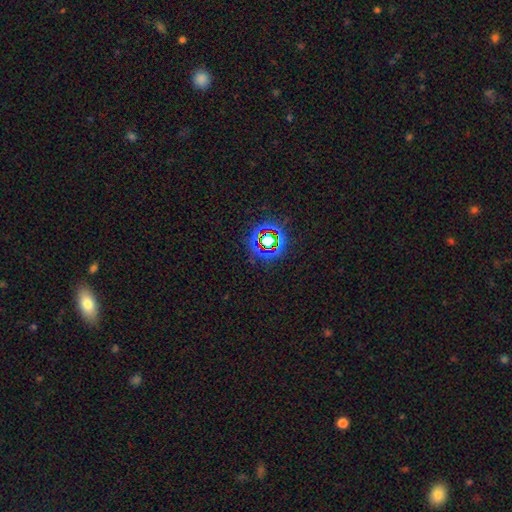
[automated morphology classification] star or artifact 48%, smooth 31%, featured or disk 20%.